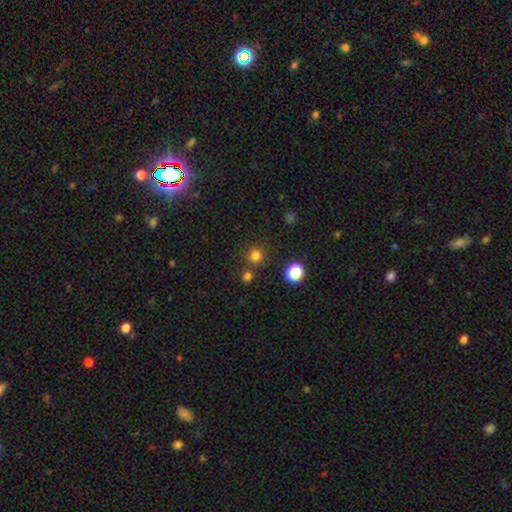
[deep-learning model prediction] A smooth galaxy with no disk features (74%) that is round (93%). Merging: none (79%).